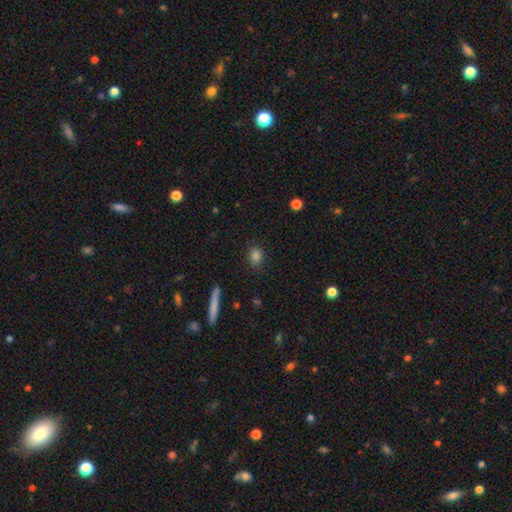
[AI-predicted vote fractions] This appears to be a smooth galaxy with no disk features (84%) that is round (55%). Merging: none (86%).